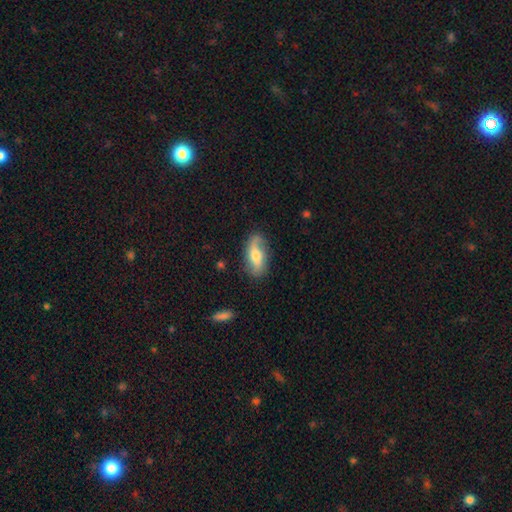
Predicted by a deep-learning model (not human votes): A featured or disk galaxy (54%). Merging: none (75%).